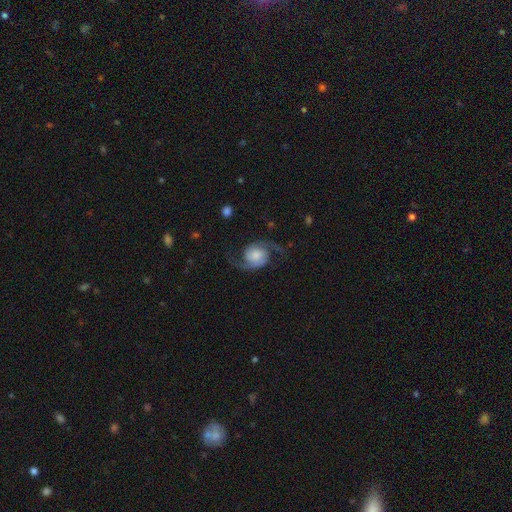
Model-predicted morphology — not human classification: Smooth or featured? featured or disk (87%)
Edge-on disk? no (98%)
Bar? no (69%)
Spiral arms? yes (98%)
Spiral winding? loose (54%)
Spiral arm count? 2 (94%)
Bulge size? moderate (30%)
Merging? none (76%)